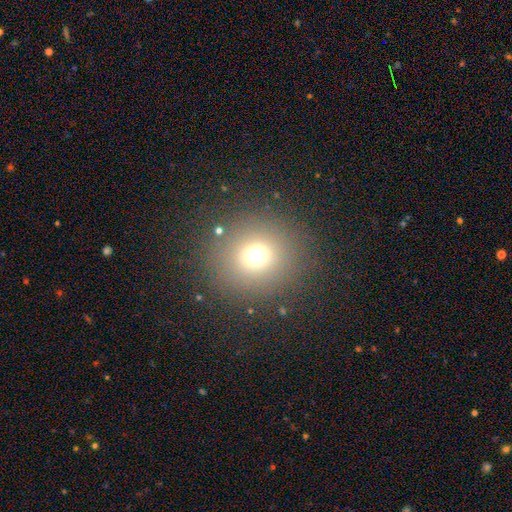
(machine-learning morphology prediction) Smooth or featured? Predicted: smooth (p=0.69). How rounded? Predicted: round (p=0.92). Merging? Predicted: none (p=0.86).